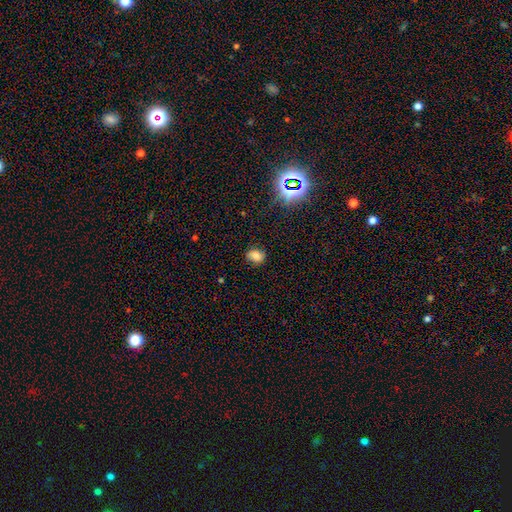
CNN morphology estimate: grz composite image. It shows a smooth galaxy with no disk features (75%) that is in between round and cigar-shaped (58%). Merging: none (79%).